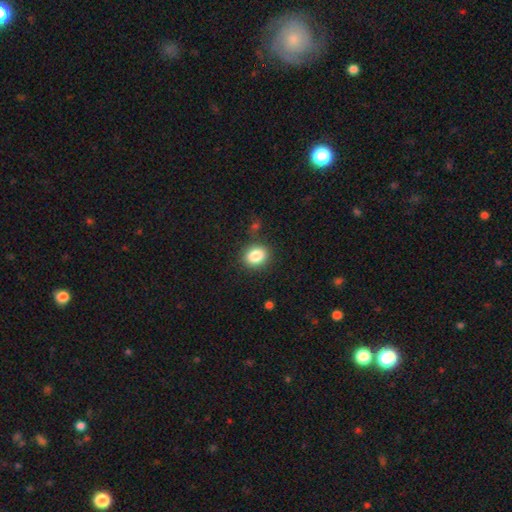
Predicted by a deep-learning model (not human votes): Q: Smooth or featured?
A: smooth (85%); runner-up: star or artifact (9%)
Q: How rounded?
A: round (61%); runner-up: in between (39%)
Q: Merging?
A: none (85%); runner-up: minor disturbance (9%)